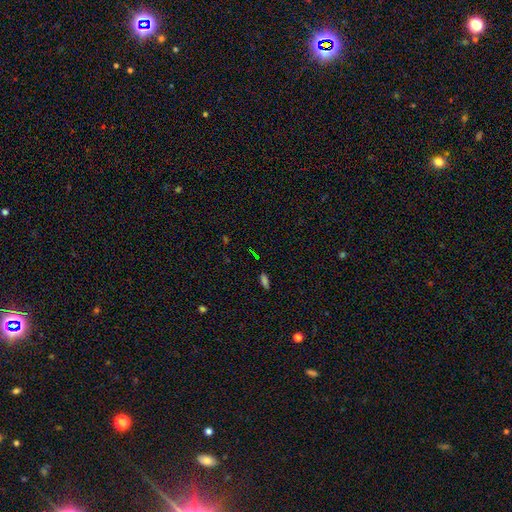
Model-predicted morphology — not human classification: A star or artifact, not a galaxy (46%).

Vote fractions:
- Smooth or featured? star or artifact: 46% / smooth: 45% / featured or disk: 10%